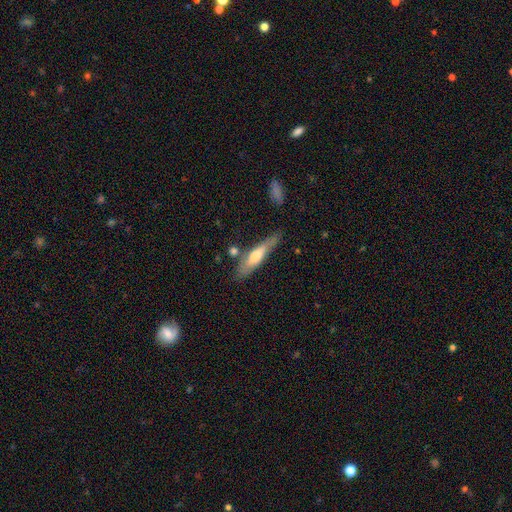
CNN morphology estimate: Q: Smooth or featured?
A: smooth (53%); runner-up: featured or disk (41%)
Q: How rounded?
A: cigar-shaped (79%); runner-up: in between (20%)
Q: Merging?
A: none (63%); runner-up: minor disturbance (23%)